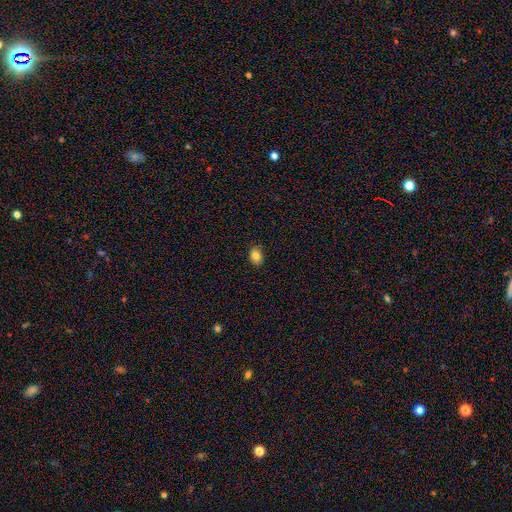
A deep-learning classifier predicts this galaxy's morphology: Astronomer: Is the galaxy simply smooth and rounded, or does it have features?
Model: smooth — 81%.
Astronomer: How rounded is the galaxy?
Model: in between — 67%.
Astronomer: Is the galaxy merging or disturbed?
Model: none — 81%.